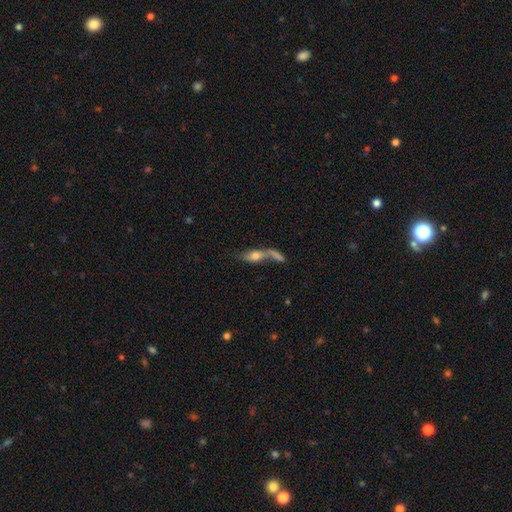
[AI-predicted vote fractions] Overall: smooth (49%; featured or disk 42%). Merging: merger (51%; none 22%).